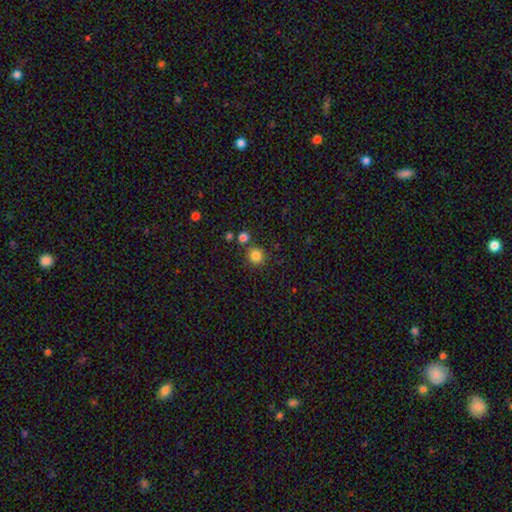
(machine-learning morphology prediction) type=smooth (83%); roundness=round (89%); merging=none (81%).